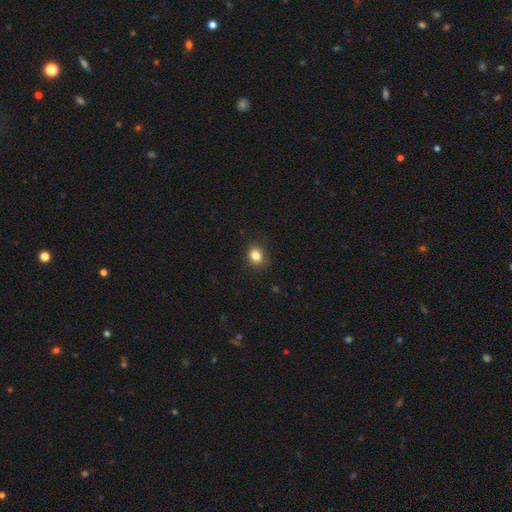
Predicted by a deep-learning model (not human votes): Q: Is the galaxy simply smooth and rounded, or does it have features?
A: smooth — 84%.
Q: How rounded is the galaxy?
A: round — 62%.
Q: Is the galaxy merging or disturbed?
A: none — 86%.